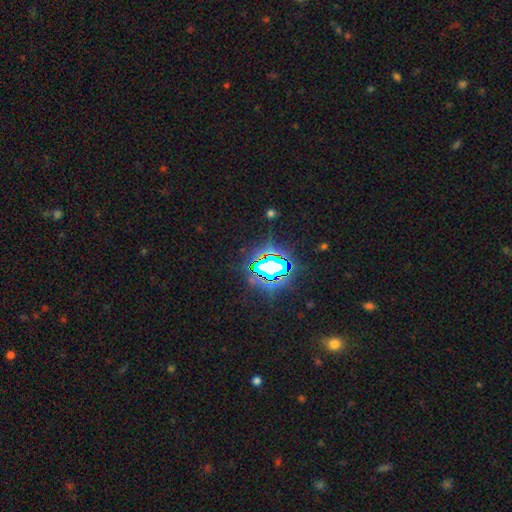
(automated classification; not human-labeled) smooth_or_featured: star or artifact (p=0.82) [alt: smooth p=0.11]